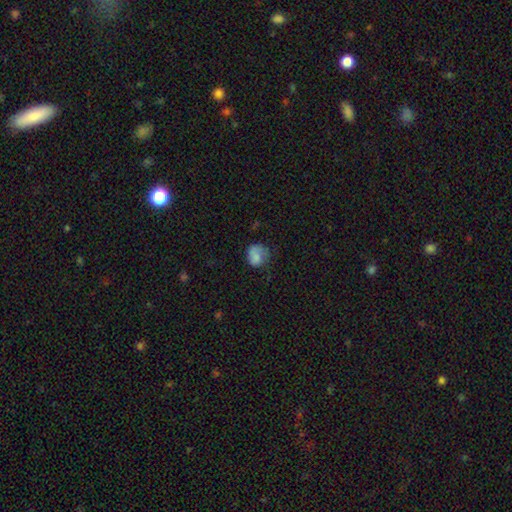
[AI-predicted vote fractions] Smooth or featured? smooth (72%)
How rounded? round (61%)
Merging? none (42%)